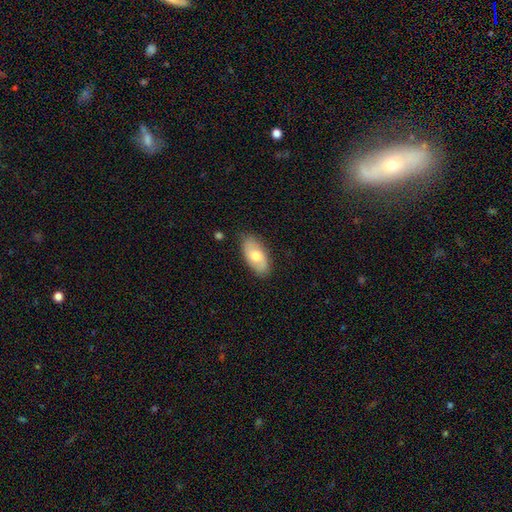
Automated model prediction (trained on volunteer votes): This appears to be a smooth galaxy with no disk features (62%) that is in between round and cigar-shaped (92%). Merging: none (81%).